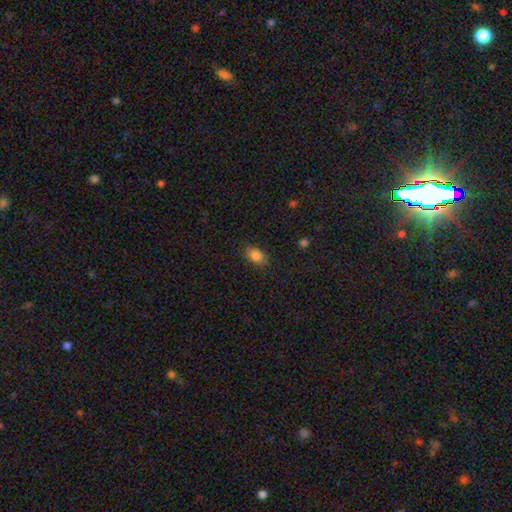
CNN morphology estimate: This appears to be a smooth galaxy with no disk features (84%) that is in between round and cigar-shaped (83%). Merging: none (83%).